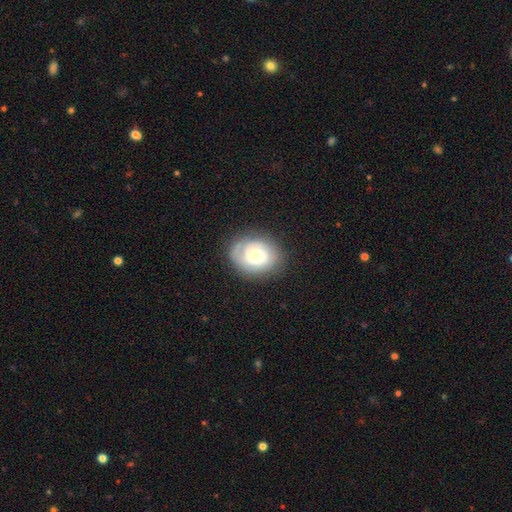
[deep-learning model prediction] This appears to be a featured or disk galaxy (50%). Merging: none (73%).